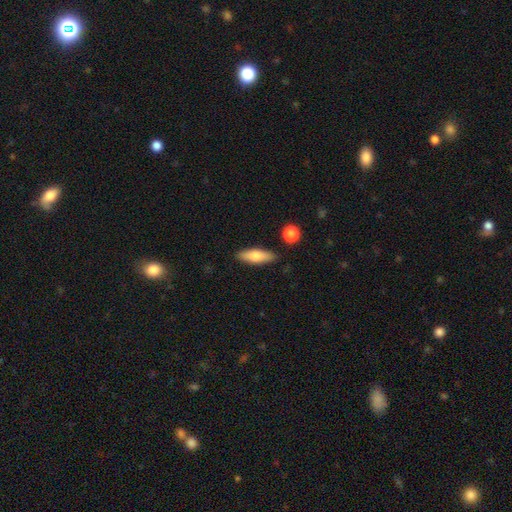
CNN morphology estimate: Smooth or featured? Predicted: smooth (p=0.69). How rounded? Predicted: in between (p=0.52). Merging? Predicted: none (p=0.86).